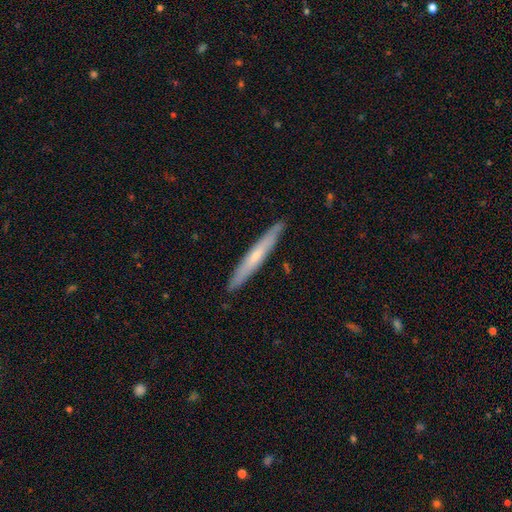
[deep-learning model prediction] Overall: featured or disk (48%; smooth 46%). Merging: none (90%).